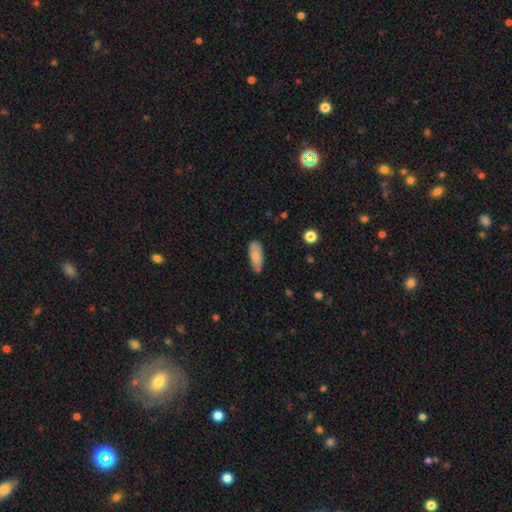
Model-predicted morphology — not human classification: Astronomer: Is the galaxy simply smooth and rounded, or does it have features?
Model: smooth — 81%.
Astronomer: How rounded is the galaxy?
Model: in between — 78%.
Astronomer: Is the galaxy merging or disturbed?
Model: none — 77%.